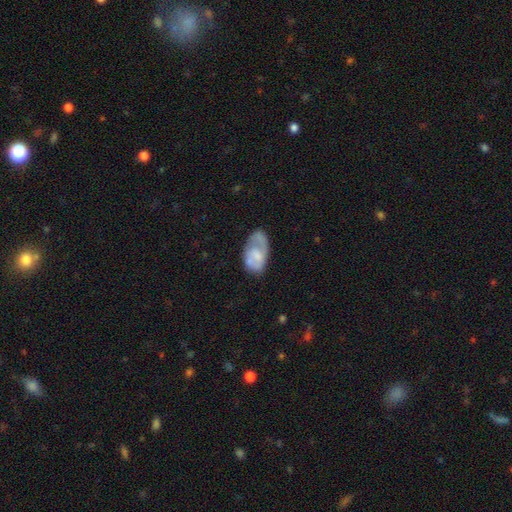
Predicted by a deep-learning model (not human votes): Smooth or featured? Predicted: featured or disk (p=0.49). Merging? Predicted: none (p=0.49).